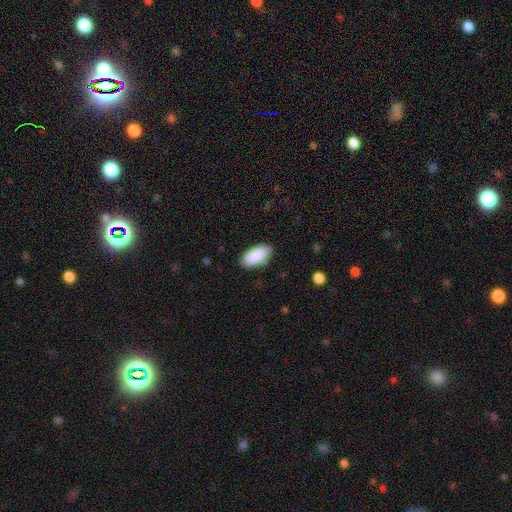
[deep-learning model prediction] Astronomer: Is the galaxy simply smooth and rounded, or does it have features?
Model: smooth — 89%.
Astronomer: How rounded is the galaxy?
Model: in between — 94%.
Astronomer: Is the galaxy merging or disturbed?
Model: none — 84%.